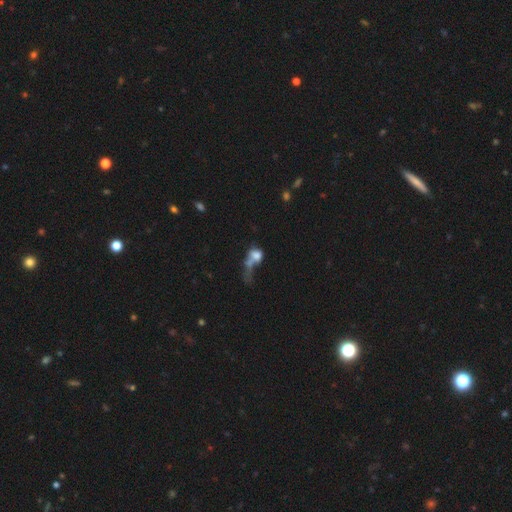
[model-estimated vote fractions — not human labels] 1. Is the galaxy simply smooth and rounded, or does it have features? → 59% smooth, 27% featured or disk, 14% star or artifact.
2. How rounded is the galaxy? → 55% in between, 40% round, 5% cigar-shaped.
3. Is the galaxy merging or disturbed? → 44% major disturbance, 32% merger, 14% none, 10% minor disturbance.